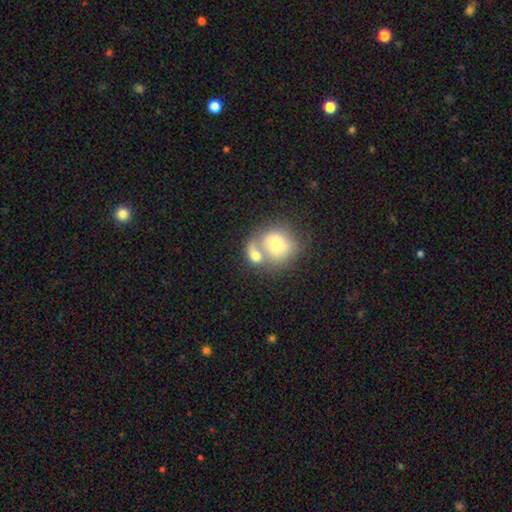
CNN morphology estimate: Overall: smooth (70%). How rounded: round (61%; in between 37%). Merging: merger (62%; none 23%).